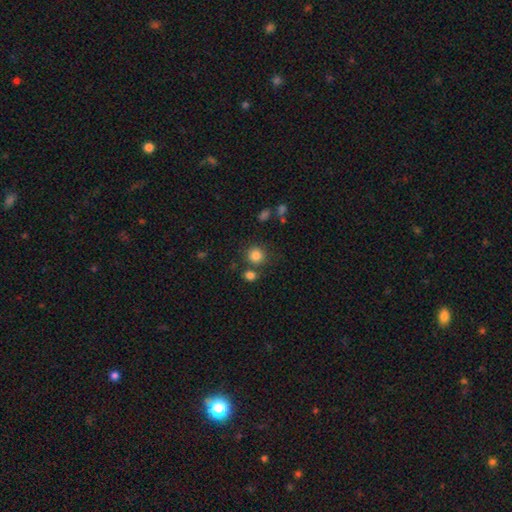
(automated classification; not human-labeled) Smooth or featured: smooth — 84% (star or artifact — 11%)
How rounded: round — 89% (in between — 10%)
Merging: none — 75% (merger — 13%)